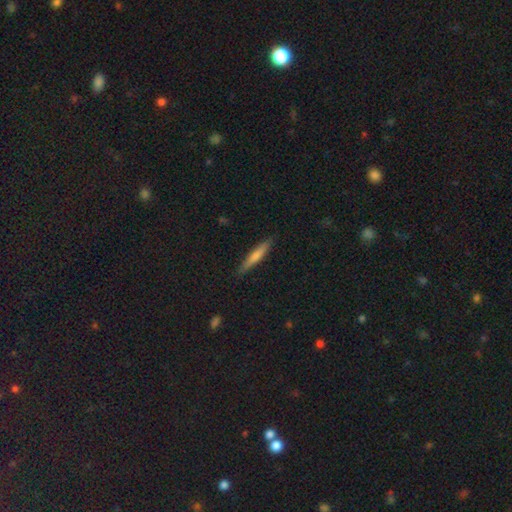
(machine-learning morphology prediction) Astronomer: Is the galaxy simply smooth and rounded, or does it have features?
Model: smooth — 57% (runner-up: featured or disk, 36%).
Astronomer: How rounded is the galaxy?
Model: cigar-shaped — 92%.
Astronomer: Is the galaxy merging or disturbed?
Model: none — 89%.